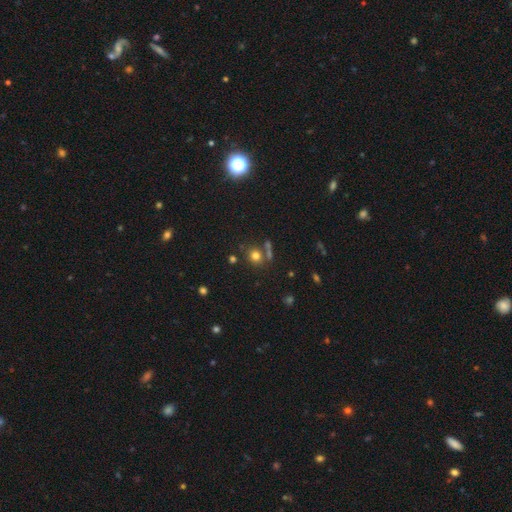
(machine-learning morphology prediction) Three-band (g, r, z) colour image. It shows a smooth galaxy with no disk features (75%) that is round (80%). Merging: none (69%).